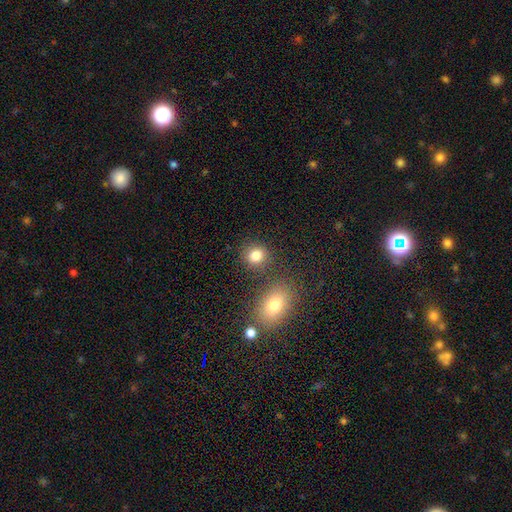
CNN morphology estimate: Smooth or featured: smooth — 80% (star or artifact — 13%)
How rounded: round — 73% (in between — 26%)
Merging: none — 75% (merger — 11%)